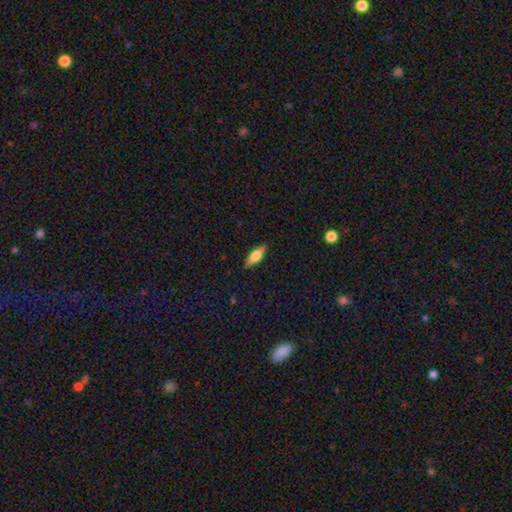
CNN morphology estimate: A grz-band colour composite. It shows a smooth galaxy with no disk features (53%) that is in between round and cigar-shaped (56%). Merging: none (88%).